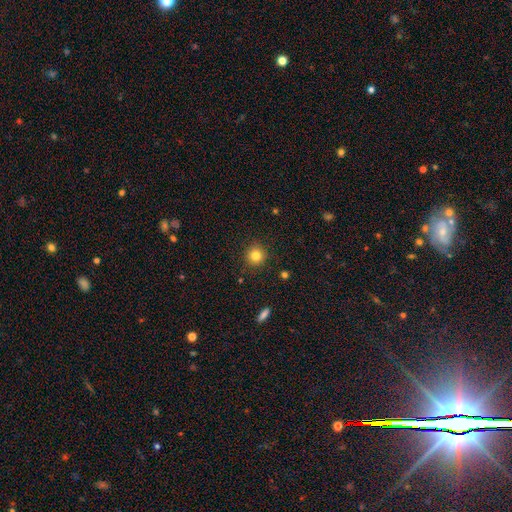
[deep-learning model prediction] smooth 82%, star or artifact 12%, featured or disk 6%. Down the decision tree: how rounded — round (93%); merging — none (90%).